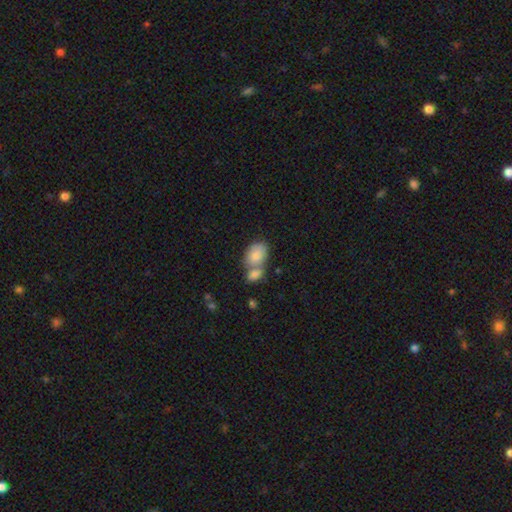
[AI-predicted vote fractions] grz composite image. It shows a smooth galaxy with no disk features (81%) that is in between round and cigar-shaped (84%). Merging: merger (52%).